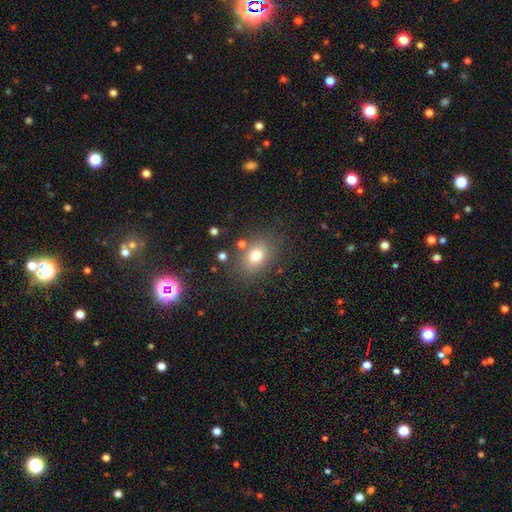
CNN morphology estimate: The model was most divided on "how rounded": in between: 70%, round: 29%, cigar-shaped: 1%. More confident: merging — none (77%); smooth or featured — smooth (76%).